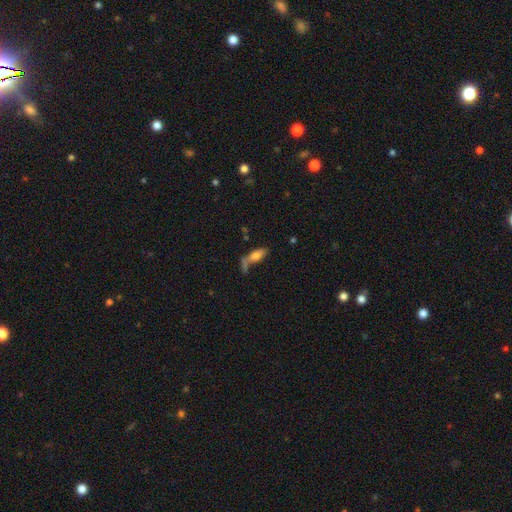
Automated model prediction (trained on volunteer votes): A smooth galaxy with no disk features (71%) that is in between round and cigar-shaped (72%). Merging: none (43%).